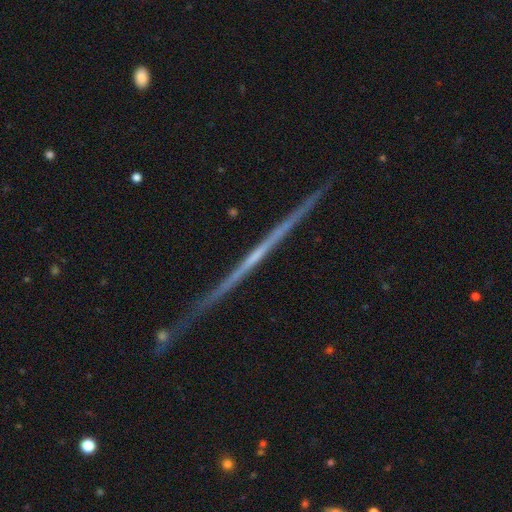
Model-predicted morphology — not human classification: featured or disk 78%, smooth 12%, star or artifact 10%. Down the decision tree: edge-on disk — yes (98%); edge-on bulge — none (71%); merging — none (87%).